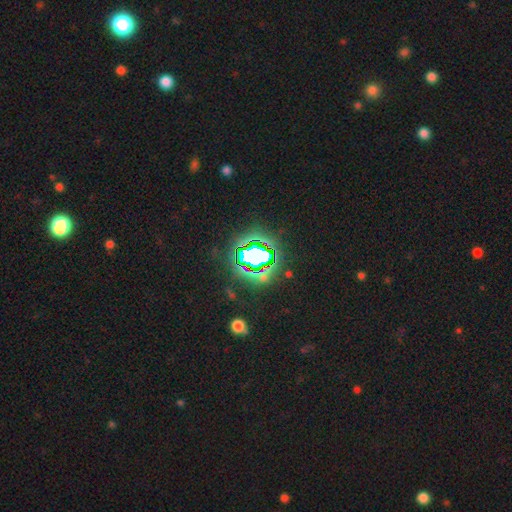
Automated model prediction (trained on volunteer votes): Morphology: type=star or artifact (76%).